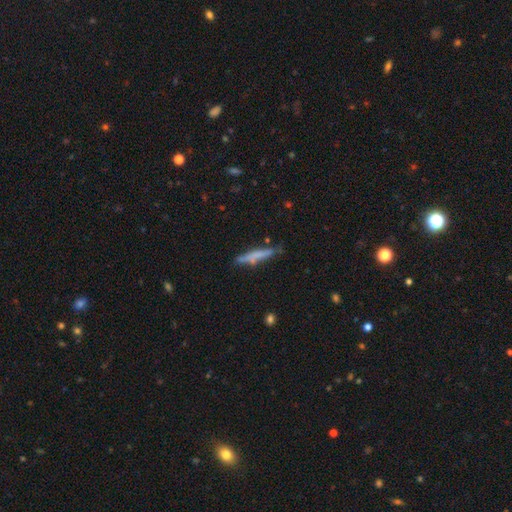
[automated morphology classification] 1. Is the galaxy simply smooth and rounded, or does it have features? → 59% smooth, 35% featured or disk, 7% star or artifact.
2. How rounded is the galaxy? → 92% cigar-shaped, 6% in between, 2% round.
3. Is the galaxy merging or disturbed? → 74% none, 18% minor disturbance, 4% merger, 4% major disturbance.